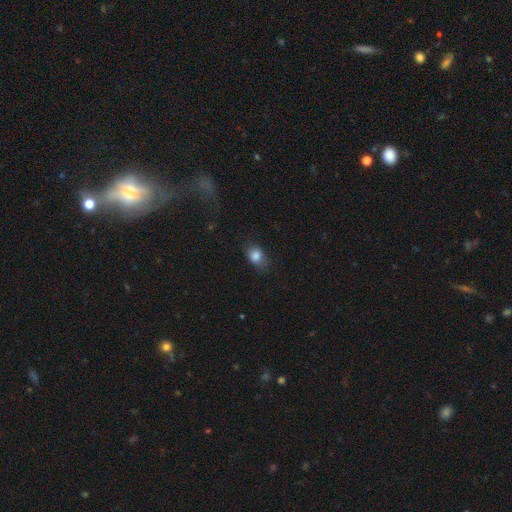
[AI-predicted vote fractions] Morphology: type=smooth (83%); roundness=in between (63%); merging=none (68%).